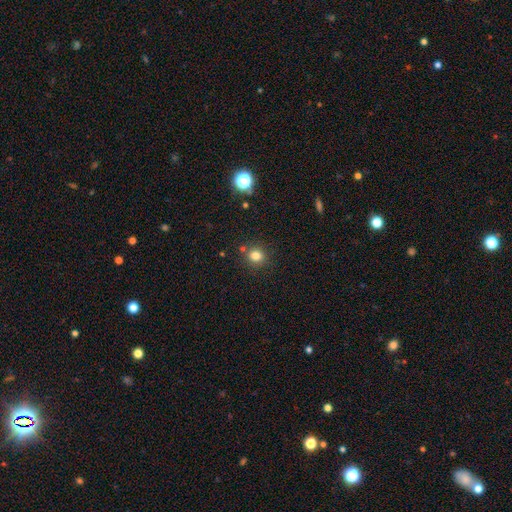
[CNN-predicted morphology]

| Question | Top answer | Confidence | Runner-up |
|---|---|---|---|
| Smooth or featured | smooth | 80% | star or artifact (15%) |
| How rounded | round | 86% | in between (13%) |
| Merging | none | 83% | minor disturbance (8%) |